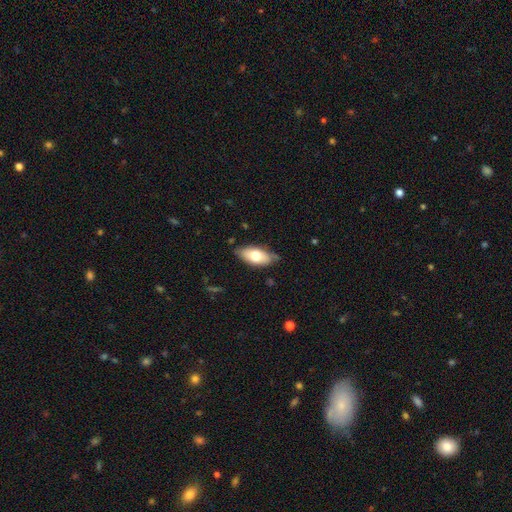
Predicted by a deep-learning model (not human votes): This appears to be a smooth galaxy with no disk features (68%) that is in between round and cigar-shaped (88%). Merging: none (74%).